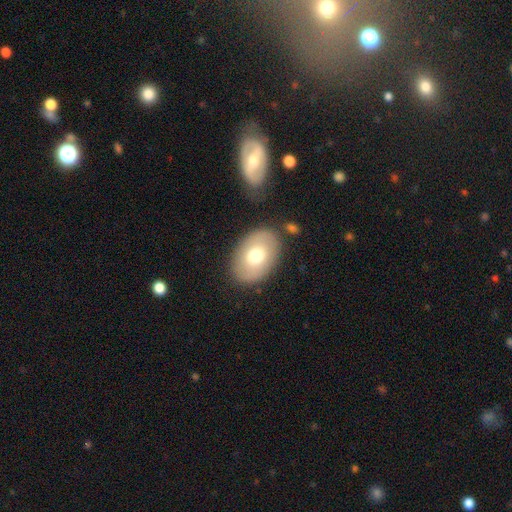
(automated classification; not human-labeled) Overall: smooth (68%). How rounded: in between (84%). Merging: none (82%).